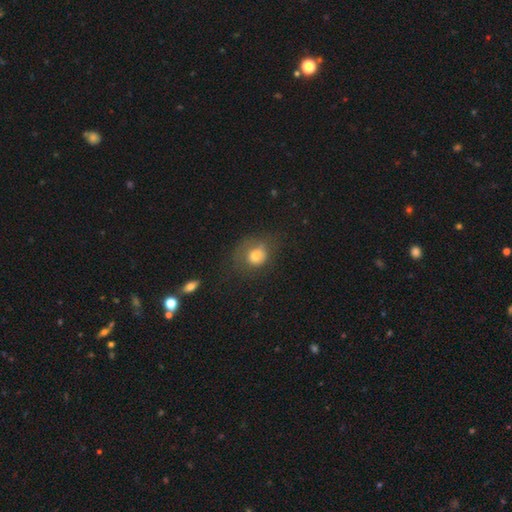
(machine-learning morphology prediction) A smooth galaxy with no disk features (72%) that is round (63%). Merging: none (43%).